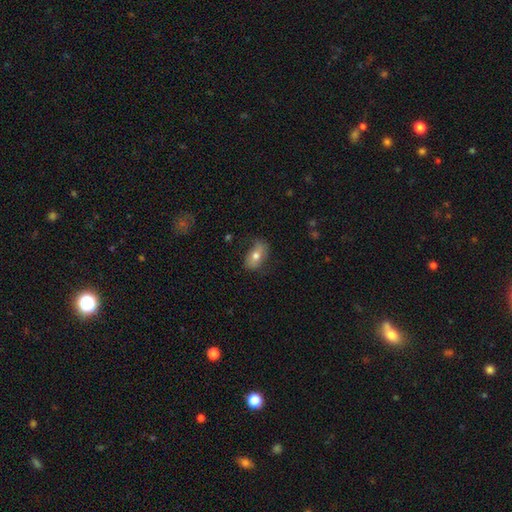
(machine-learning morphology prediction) Smooth or featured: smooth — 63% (featured or disk — 29%)
How rounded: in between — 86% (round — 9%)
Merging: none — 67% (minor disturbance — 24%)